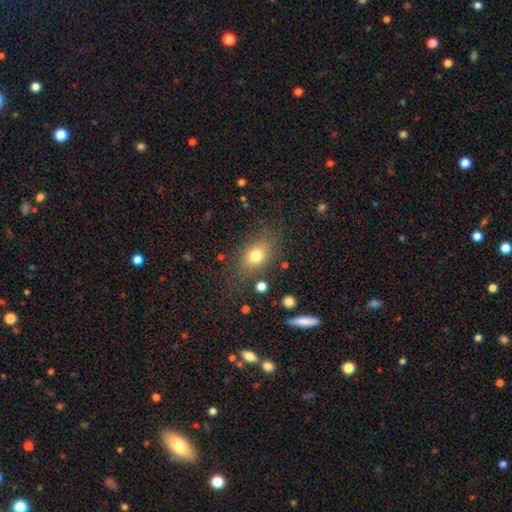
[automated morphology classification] The model was most divided on "how rounded": in between: 74%, round: 23%, cigar-shaped: 3%. More confident: smooth or featured — smooth (76%); merging — none (75%).